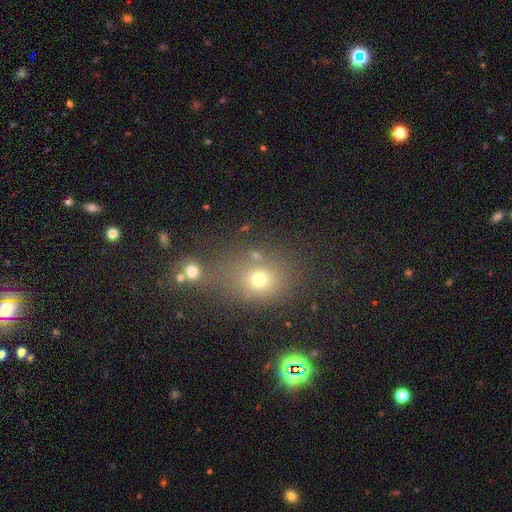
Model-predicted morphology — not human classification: type=smooth (62%); roundness=round (62%); merging=none (52%).